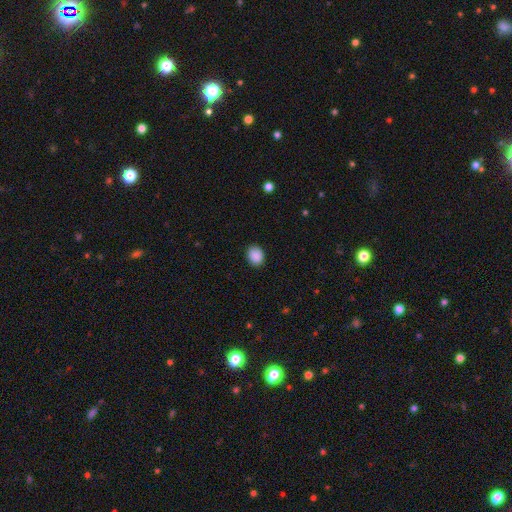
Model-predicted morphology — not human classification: A smooth galaxy with no disk features (89%) that is round (53%). Merging: none (87%).